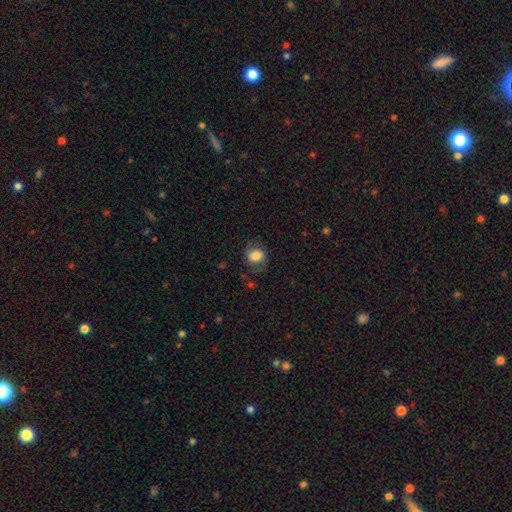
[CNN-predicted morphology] smooth-or-featured: smooth: 70% | featured or disk: 22% | star or artifact: 8%
  how-rounded: round: 62% | in between: 37% | cigar-shaped: 1%
  merging: none: 69% | minor disturbance: 19% | major disturbance: 11% | merger: 1%